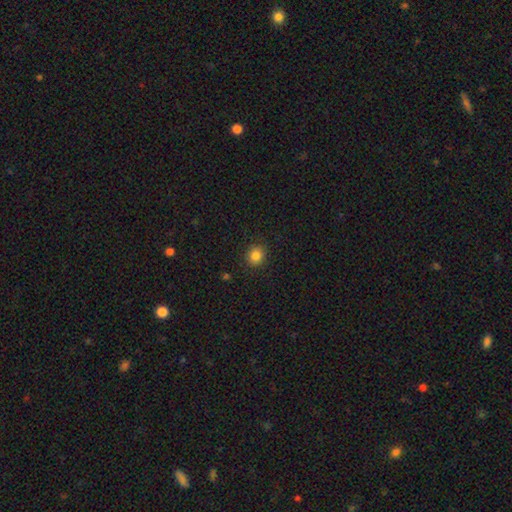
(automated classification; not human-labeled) smooth 85%, star or artifact 11%, featured or disk 4%. Down the decision tree: how rounded — round (85%); merging — none (90%).